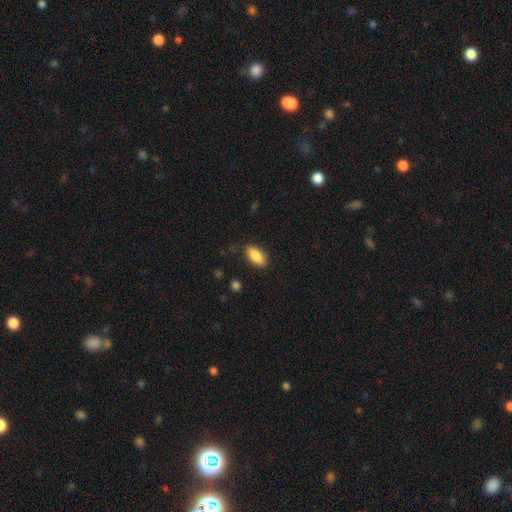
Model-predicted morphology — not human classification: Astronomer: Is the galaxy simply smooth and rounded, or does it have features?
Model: smooth — 87%.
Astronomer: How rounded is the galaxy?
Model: in between — 86%.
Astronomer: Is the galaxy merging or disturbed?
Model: none — 81%.